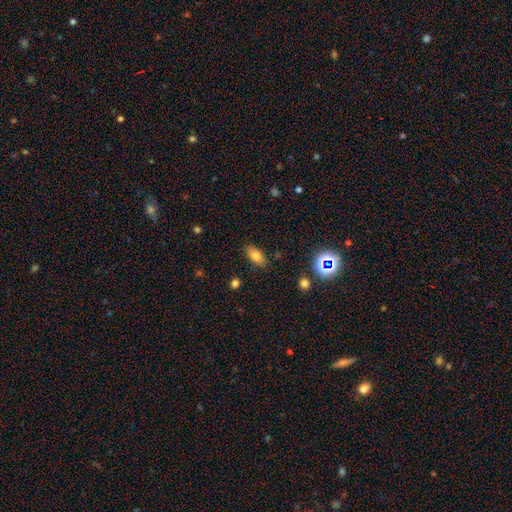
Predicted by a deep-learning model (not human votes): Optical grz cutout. It shows a smooth galaxy with no disk features (75%) that is in between round and cigar-shaped (85%). Merging: none (86%).